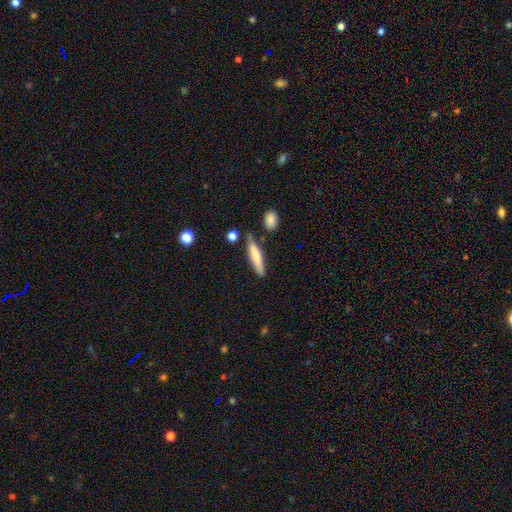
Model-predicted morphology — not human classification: A smooth galaxy with no disk features (73%) that is cigar-shaped (83%). Merging: none (72%).